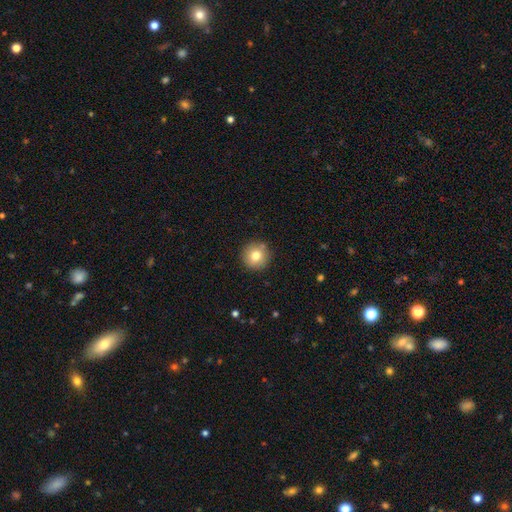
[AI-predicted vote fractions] Morphology: type=smooth (77%); roundness=round (95%); merging=none (88%).